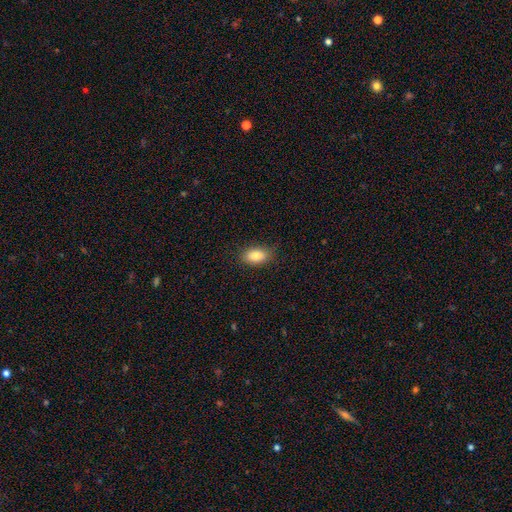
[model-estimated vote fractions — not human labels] Morphology: type=smooth (83%); roundness=in between (88%); merging=none (87%).